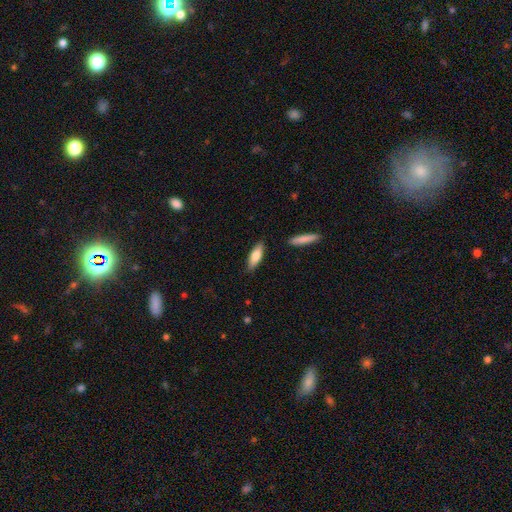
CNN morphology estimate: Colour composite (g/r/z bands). It shows a smooth galaxy with no disk features (76%) that is in between round and cigar-shaped (54%). Merging: none (86%).